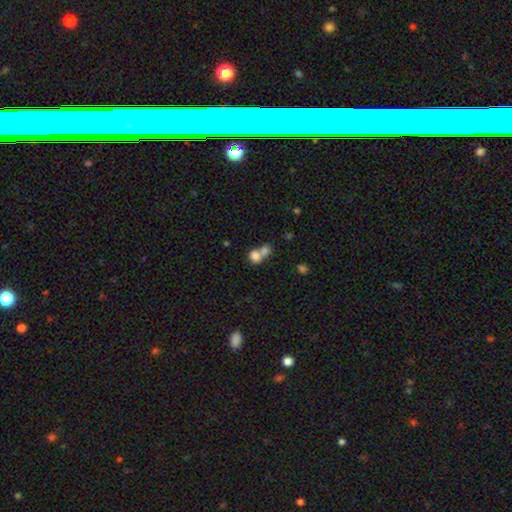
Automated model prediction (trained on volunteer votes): Q: Smooth or featured?
A: smooth (77%); runner-up: featured or disk (12%)
Q: How rounded?
A: round (52%); runner-up: in between (46%)
Q: Merging?
A: merger (66%); runner-up: none (25%)